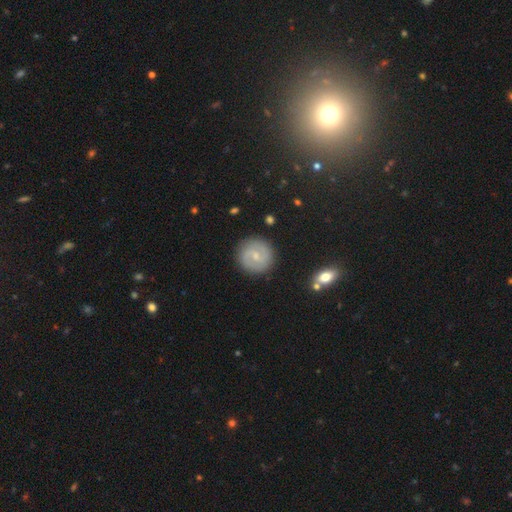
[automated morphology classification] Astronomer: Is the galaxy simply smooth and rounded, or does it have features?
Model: featured or disk — 64%.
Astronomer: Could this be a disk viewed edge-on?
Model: no — 98%.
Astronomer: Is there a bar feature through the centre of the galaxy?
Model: weak — 57%.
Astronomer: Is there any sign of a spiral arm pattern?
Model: yes — 88%.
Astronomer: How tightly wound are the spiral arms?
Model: medium — 44% (runner-up: tight, 40%).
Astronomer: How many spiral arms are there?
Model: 2 — 88%.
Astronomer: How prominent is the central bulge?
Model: small — 61%.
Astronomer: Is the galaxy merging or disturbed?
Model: none — 88%.